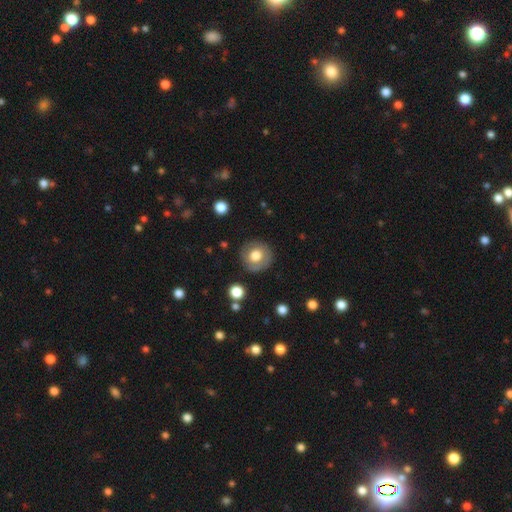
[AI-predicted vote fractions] Smooth or featured: smooth — 70% (featured or disk — 22%)
How rounded: round — 91% (in between — 8%)
Merging: none — 83% (minor disturbance — 11%)